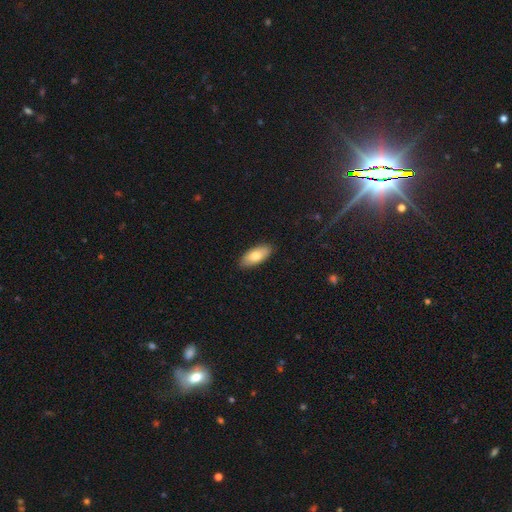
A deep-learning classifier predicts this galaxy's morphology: type=smooth (77%); roundness=in between (86%); merging=none (89%).